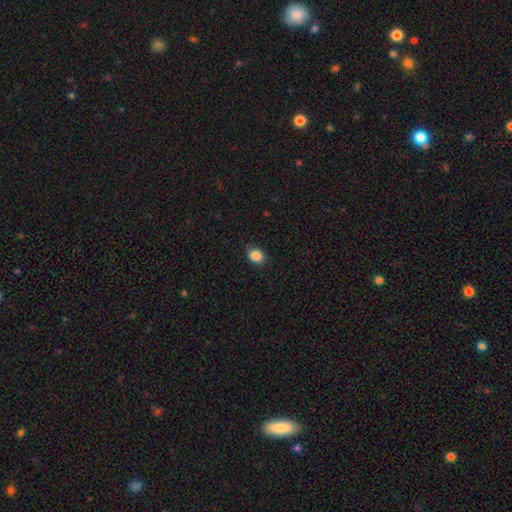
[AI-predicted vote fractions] smooth_or_featured: smooth (p=0.86) [alt: star or artifact p=0.10]
how_rounded: round (p=0.53) [alt: in between p=0.46]
merging: none (p=0.88) [alt: minor disturbance p=0.09]